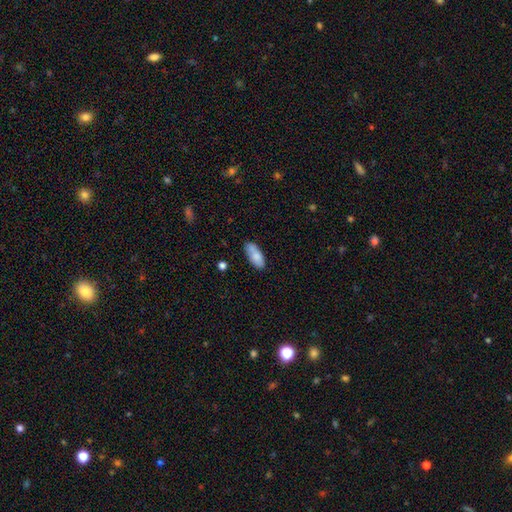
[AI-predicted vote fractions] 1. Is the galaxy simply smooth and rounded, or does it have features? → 80% smooth, 13% featured or disk, 7% star or artifact.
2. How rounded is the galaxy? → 81% in between, 17% cigar-shaped, 2% round.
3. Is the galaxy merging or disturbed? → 64% none, 22% minor disturbance, 9% merger, 5% major disturbance.